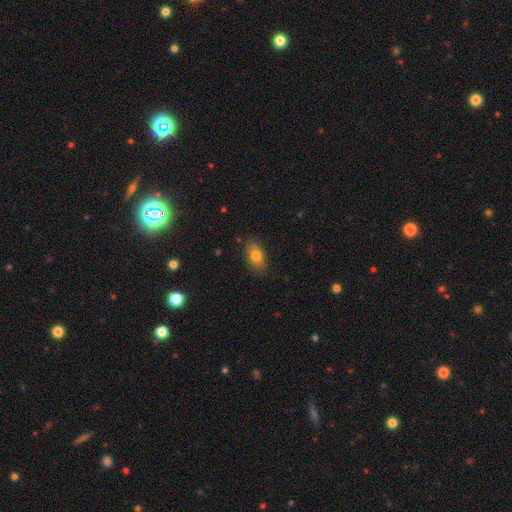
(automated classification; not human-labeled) This is likely a smooth galaxy (78%). How rounded: clearly in between (89%). Merging: clearly none (86%).